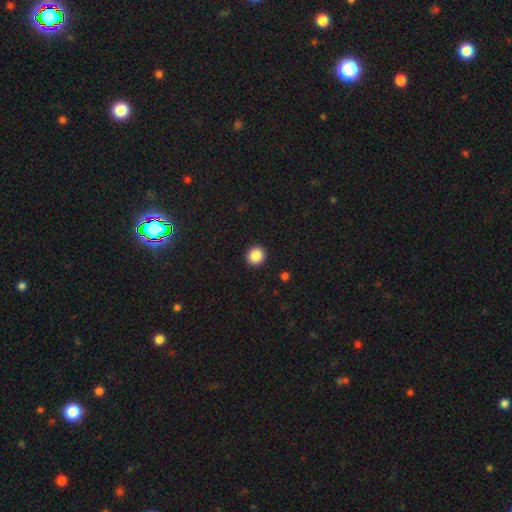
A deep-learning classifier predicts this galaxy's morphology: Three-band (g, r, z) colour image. It shows a smooth galaxy with no disk features (88%) that is round (87%). Merging: none (93%).